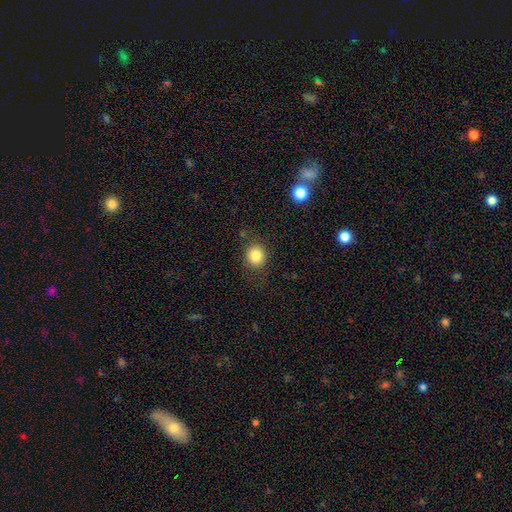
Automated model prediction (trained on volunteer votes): This appears to be a smooth galaxy with no disk features (83%) that is round (80%). Merging: none (84%).